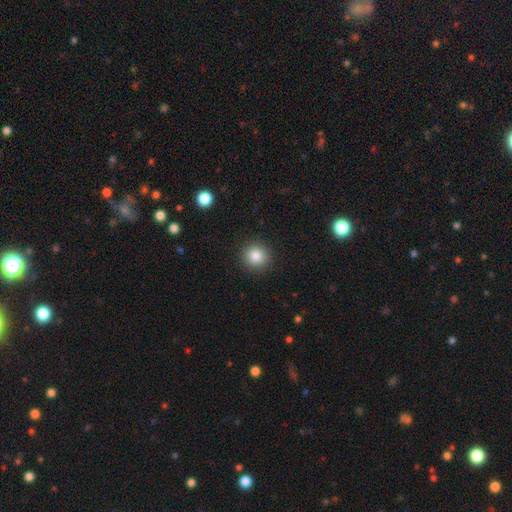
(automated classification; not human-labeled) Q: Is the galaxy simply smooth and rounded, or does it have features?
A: smooth — 84%.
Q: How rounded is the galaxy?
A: round — 93%.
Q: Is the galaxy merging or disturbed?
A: none — 92%.